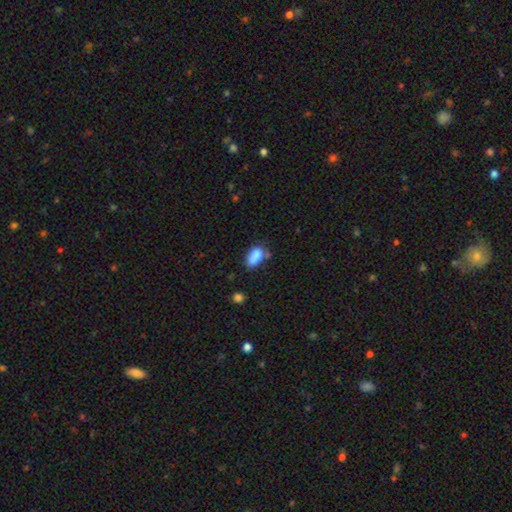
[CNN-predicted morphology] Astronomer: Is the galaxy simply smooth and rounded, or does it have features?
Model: smooth — 79%.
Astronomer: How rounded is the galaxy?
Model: in between — 86%.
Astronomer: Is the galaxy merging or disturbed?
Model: none — 39% (runner-up: minor disturbance, 27%).